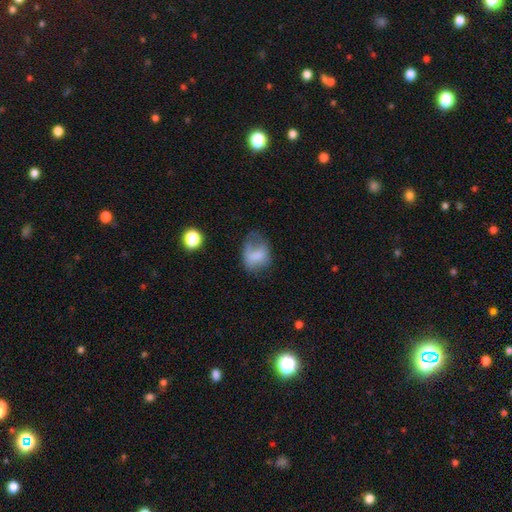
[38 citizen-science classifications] Morphology: type=smooth (71%); roundness=in between (74%); merging=none (38%).